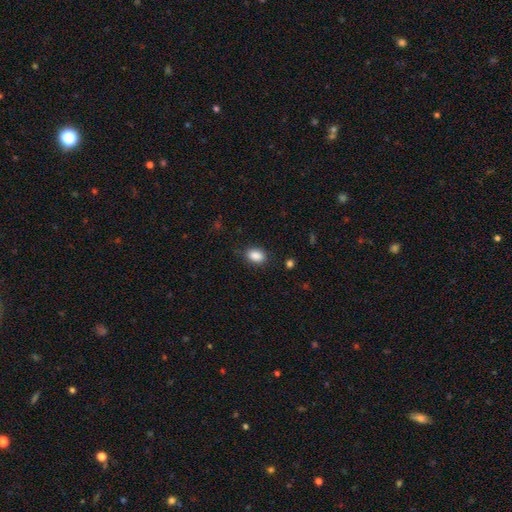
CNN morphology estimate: A smooth galaxy with no disk features (88%) that is in between round and cigar-shaped (79%).

Vote fractions:
- Smooth or featured? smooth: 88% / star or artifact: 8% / featured or disk: 4%
- How rounded? in between: 79% / round: 19% / cigar-shaped: 1%
- Merging? none: 83% / minor disturbance: 13% / major disturbance: 3% / merger: 1%